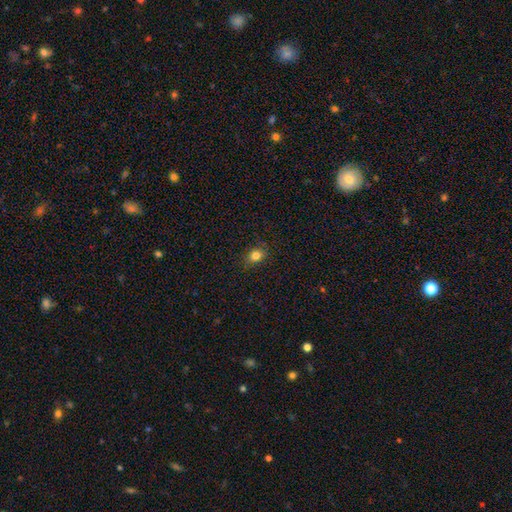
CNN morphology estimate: A smooth galaxy with no disk features (82%) that is in between round and cigar-shaped (51%). Merging: none (83%).